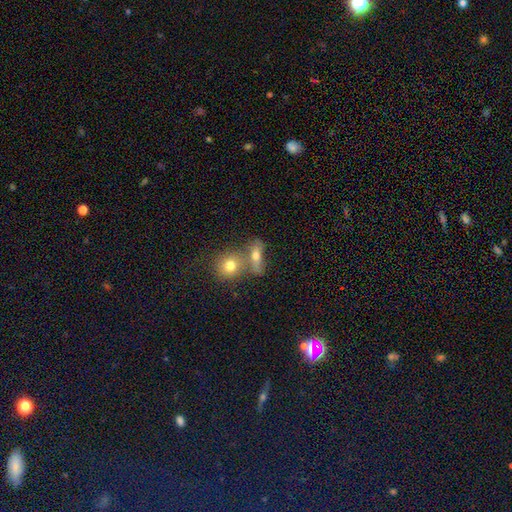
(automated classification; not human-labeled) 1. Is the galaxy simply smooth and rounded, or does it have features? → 68% smooth, 20% featured or disk, 12% star or artifact.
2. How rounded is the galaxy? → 55% in between, 29% round, 15% cigar-shaped.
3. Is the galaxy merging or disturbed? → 43% merger, 41% none, 11% minor disturbance, 6% major disturbance.